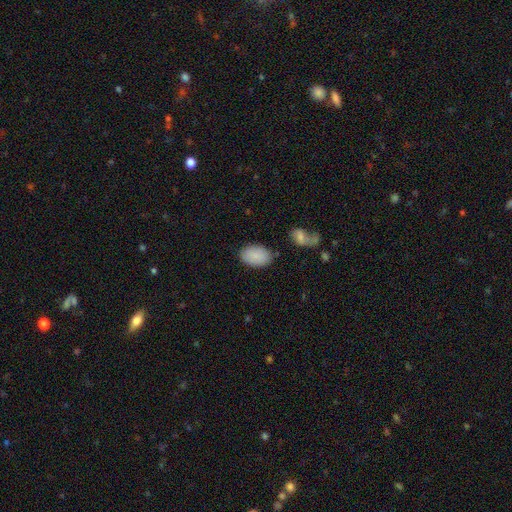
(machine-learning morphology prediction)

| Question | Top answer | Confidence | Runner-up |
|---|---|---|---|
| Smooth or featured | smooth | 88% | star or artifact (7%) |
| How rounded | in between | 91% | round (8%) |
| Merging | none | 80% | minor disturbance (13%) |